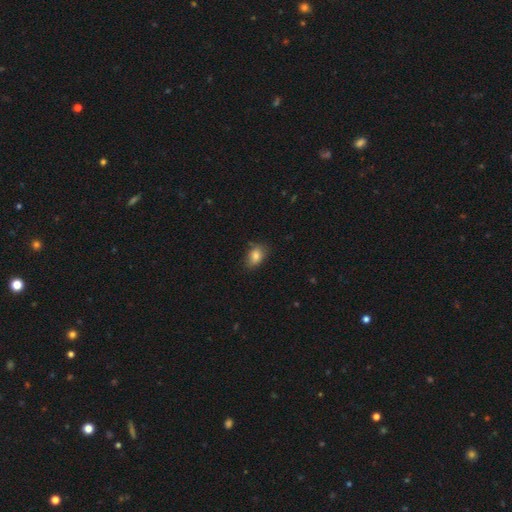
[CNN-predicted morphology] This appears to be a smooth galaxy with no disk features (82%) that is in between round and cigar-shaped (79%). Merging: none (74%).